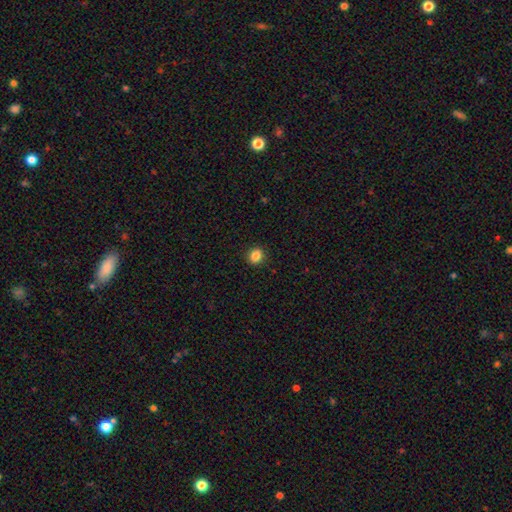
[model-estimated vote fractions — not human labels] The model was most divided on "how rounded": round: 69%, in between: 30%, cigar-shaped: 1%. More confident: merging — none (91%); smooth or featured — smooth (85%).